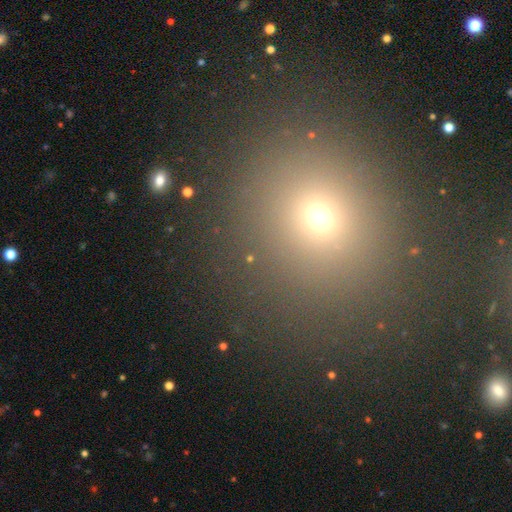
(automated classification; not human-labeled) A smooth galaxy with no disk features (56%) that is round (84%). Merging: none (84%).